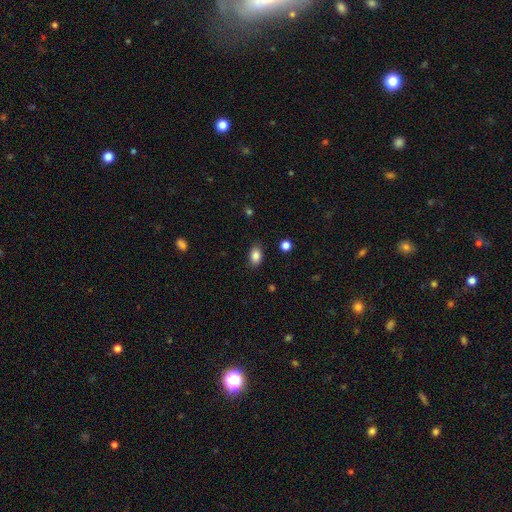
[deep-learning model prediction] A smooth galaxy with no disk features (86%) that is in between round and cigar-shaped (83%). Merging: none (85%).